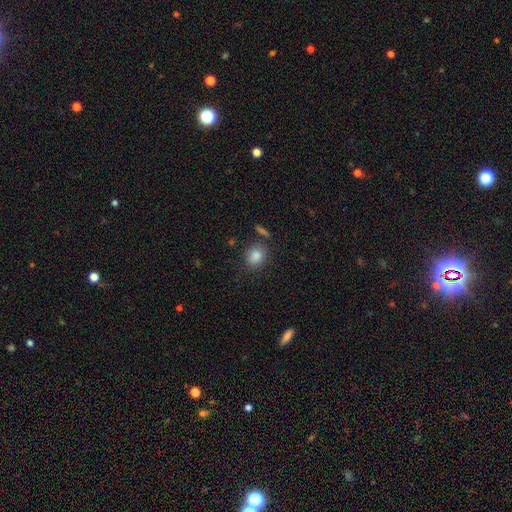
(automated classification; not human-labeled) smooth 85%, star or artifact 10%, featured or disk 5%. Down the decision tree: how rounded — round (59%); merging — none (78%).